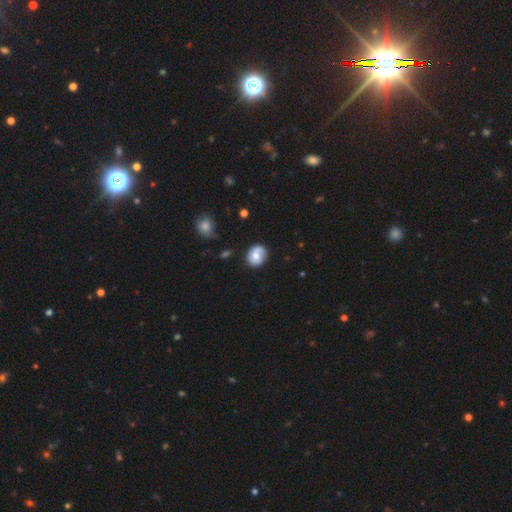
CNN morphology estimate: Overall: smooth (59%; featured or disk 33%). How rounded: round (64%; in between 35%). Merging: none (65%).